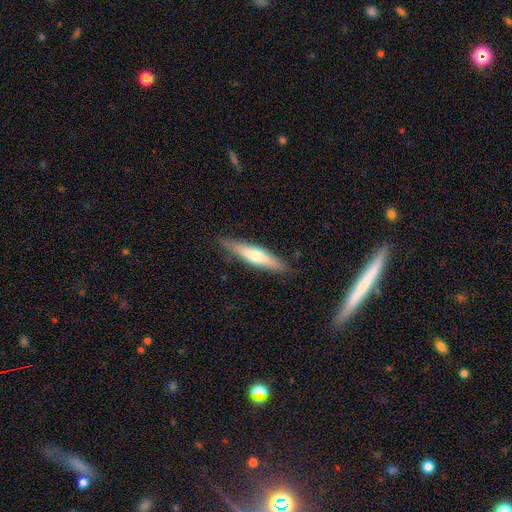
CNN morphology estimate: smooth-or-featured: smooth: 53% | featured or disk: 41% | star or artifact: 6%
  how-rounded: cigar-shaped: 81% | in between: 17% | round: 1%
  merging: none: 85% | minor disturbance: 11% | major disturbance: 2% | merger: 1%